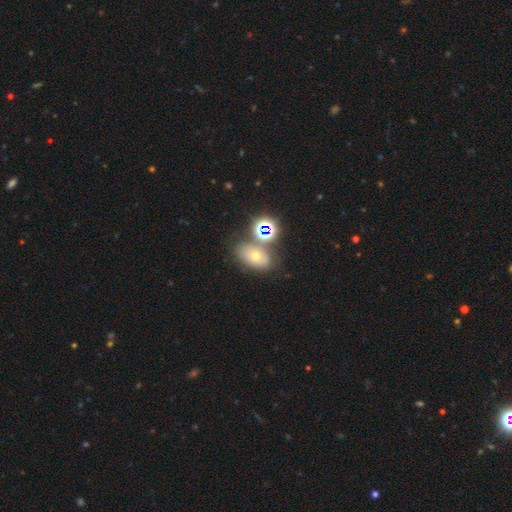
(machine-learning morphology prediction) Smooth or featured? smooth (47%)
Merging? none (63%)